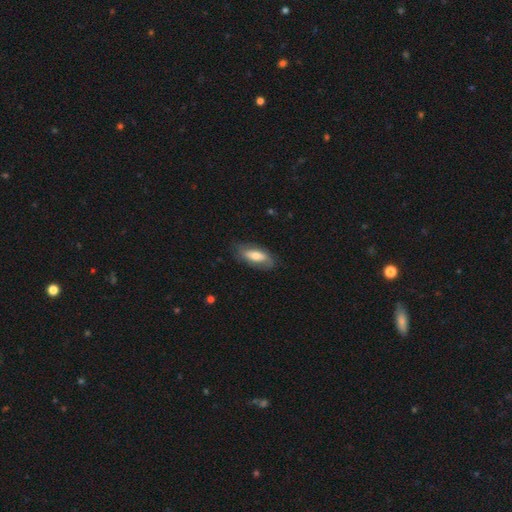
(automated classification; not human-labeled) Morphology: type=smooth (55%); roundness=in between (80%); merging=none (75%).